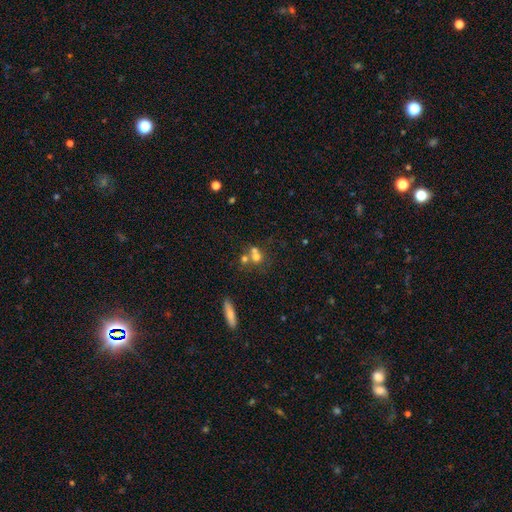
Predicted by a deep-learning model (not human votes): Smooth or featured? smooth (61%)
How rounded? round (75%)
Merging? merger (52%)